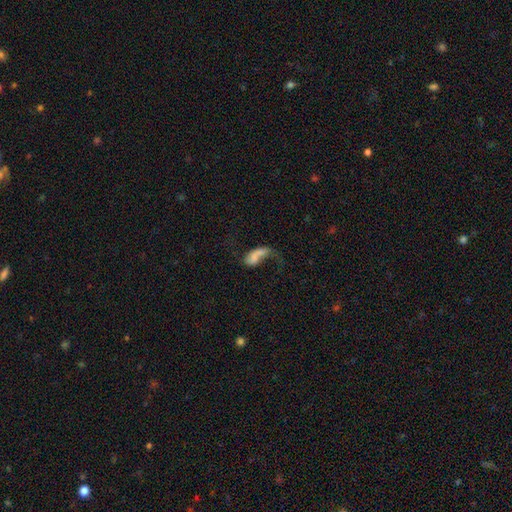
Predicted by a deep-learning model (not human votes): Smooth or featured?
  - smooth: 54% *
  - featured or disk: 35%
  - star or artifact: 11%
How rounded?
  - in between: 83% *
  - cigar-shaped: 10%
  - round: 6%
Merging?
  - major disturbance: 46% *
  - merger: 21%
  - none: 19%
  - minor disturbance: 14%